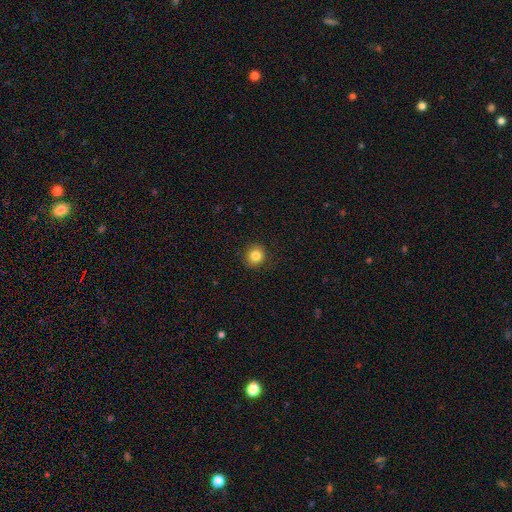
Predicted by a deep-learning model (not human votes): Overall: smooth (83%). How rounded: round (87%). Merging: none (89%).